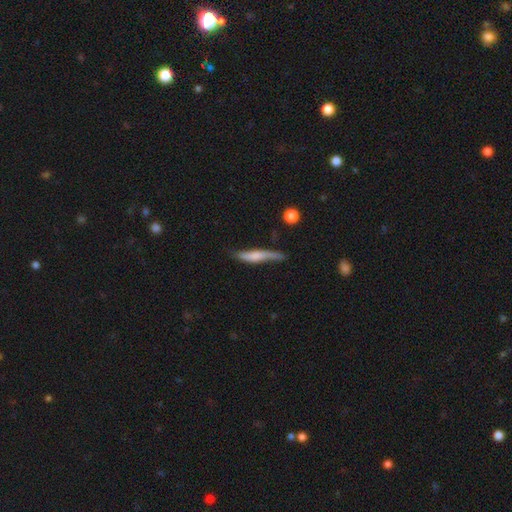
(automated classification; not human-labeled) A smooth galaxy with no disk features (49%). Merging: none (55%).